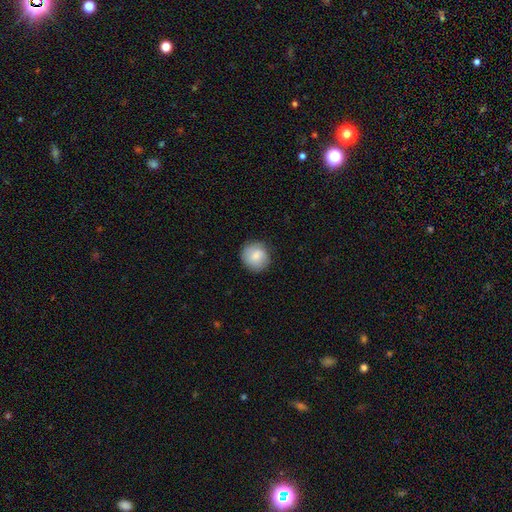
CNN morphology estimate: Smooth or featured? Predicted: smooth (p=0.79). How rounded? Predicted: round (p=0.91). Merging? Predicted: none (p=0.83).